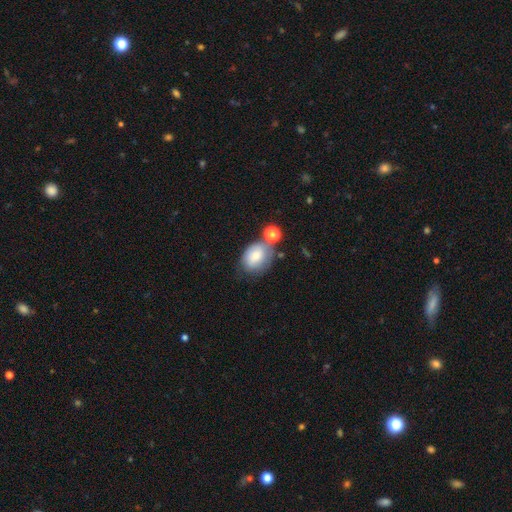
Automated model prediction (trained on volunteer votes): smooth_or_featured: smooth (p=0.71) [alt: featured or disk p=0.20]
how_rounded: in between (p=0.66) [alt: round p=0.33]
merging: none (p=0.46) [alt: minor disturbance p=0.23]